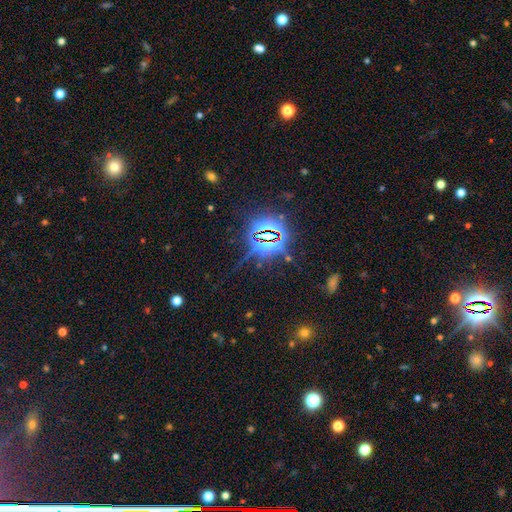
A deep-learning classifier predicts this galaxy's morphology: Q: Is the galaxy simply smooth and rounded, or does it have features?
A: star or artifact — 84%.